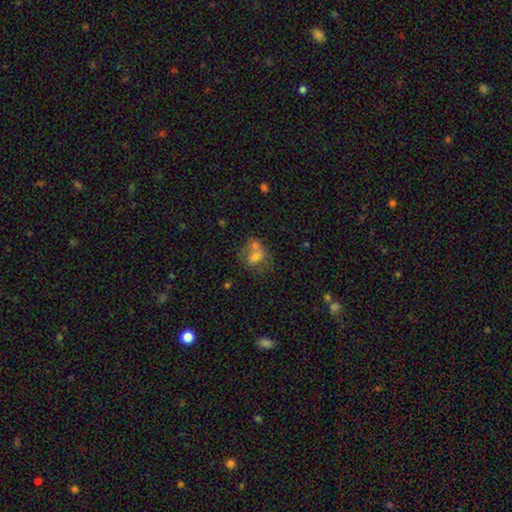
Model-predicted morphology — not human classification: Smooth or featured: smooth — 59% (featured or disk — 28%)
How rounded: in between — 54% (round — 45%)
Merging: none — 36% (merger — 29%)